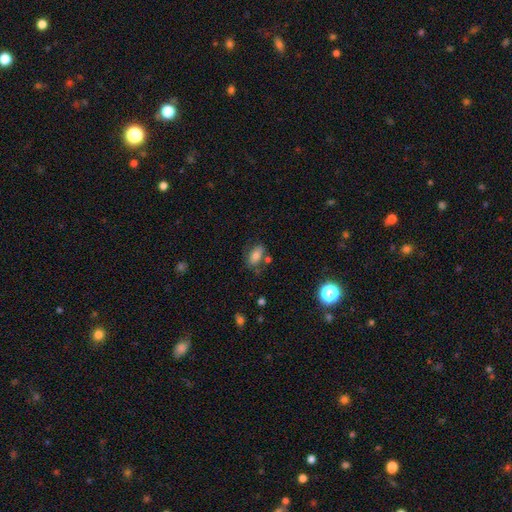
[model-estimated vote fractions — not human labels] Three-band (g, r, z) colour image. It shows a smooth galaxy with no disk features (71%) that is in between round and cigar-shaped (86%). Merging: none (61%).